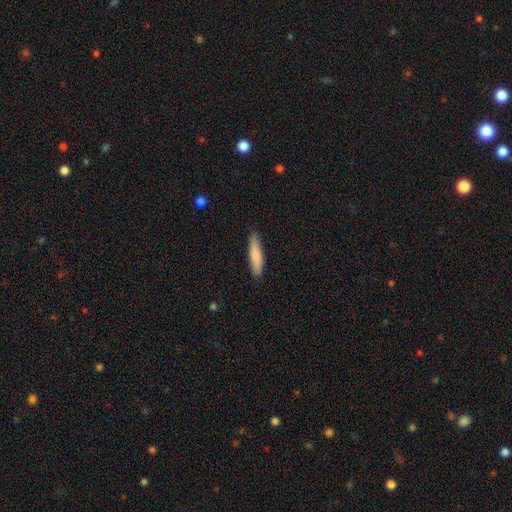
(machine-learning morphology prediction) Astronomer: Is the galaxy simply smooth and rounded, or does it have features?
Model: smooth — 80%.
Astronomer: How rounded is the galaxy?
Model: cigar-shaped — 83%.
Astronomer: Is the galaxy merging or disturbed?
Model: none — 89%.